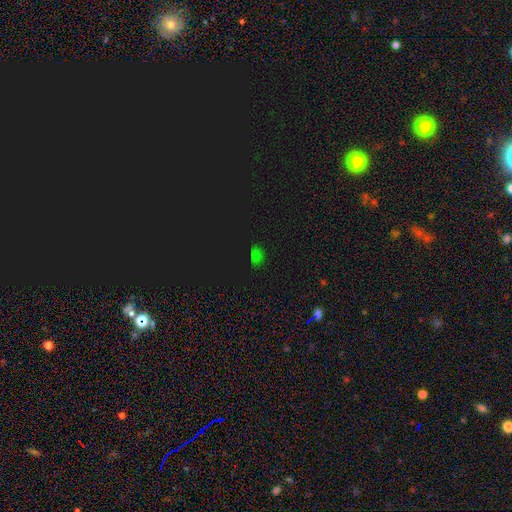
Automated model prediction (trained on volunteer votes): smooth 50%, star or artifact 45%, featured or disk 5%. Down the decision tree: merging — none (80%).